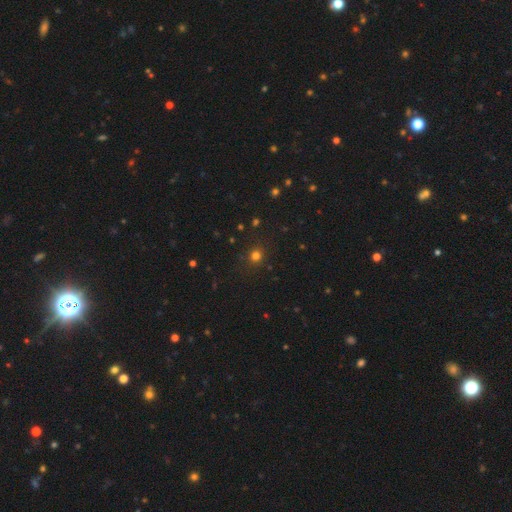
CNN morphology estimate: type=smooth (75%); roundness=round (88%); merging=none (88%).